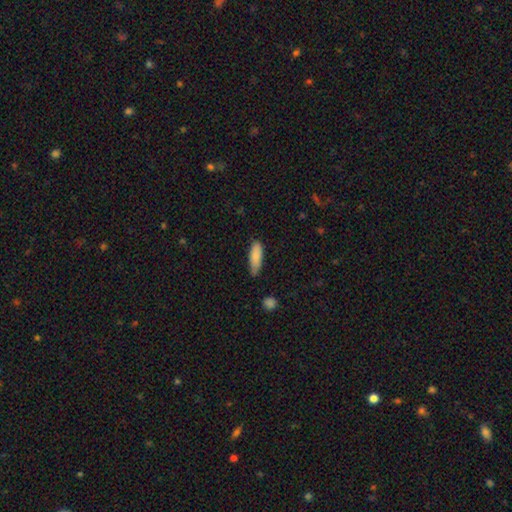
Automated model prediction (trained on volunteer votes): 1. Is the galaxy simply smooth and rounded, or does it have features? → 86% smooth, 8% featured or disk, 6% star or artifact.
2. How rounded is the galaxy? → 59% in between, 39% cigar-shaped, 2% round.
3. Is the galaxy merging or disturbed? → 65% none, 28% minor disturbance, 4% major disturbance, 3% merger.